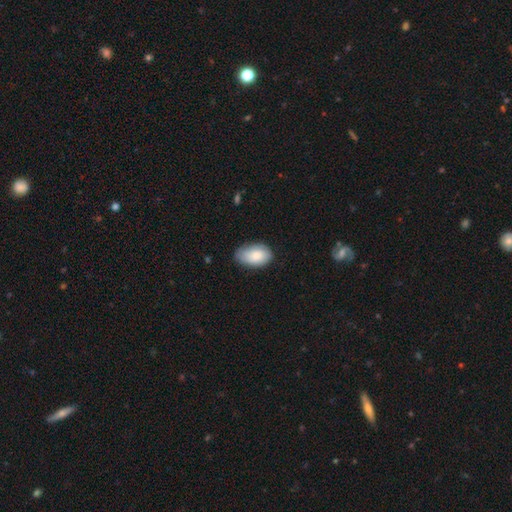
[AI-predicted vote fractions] Smooth or featured? smooth (81%)
How rounded? in between (92%)
Merging? none (67%)